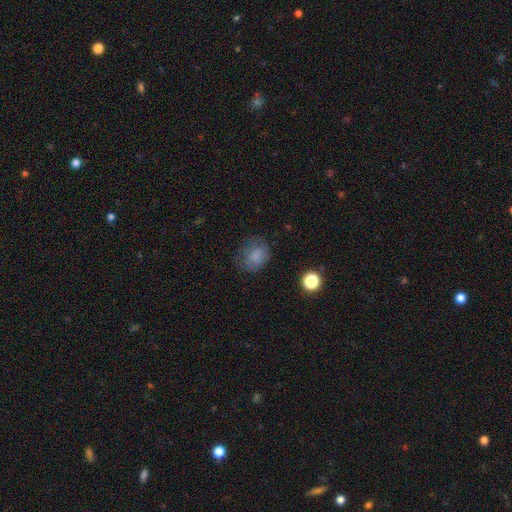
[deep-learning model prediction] A smooth galaxy with no disk features (77%) that is round (57%).

Vote fractions:
- Smooth or featured? smooth: 77% / star or artifact: 12% / featured or disk: 11%
- How rounded? round: 57% / in between: 42% / cigar-shaped: 1%
- Merging? none: 64% / minor disturbance: 23% / major disturbance: 12% / merger: 2%